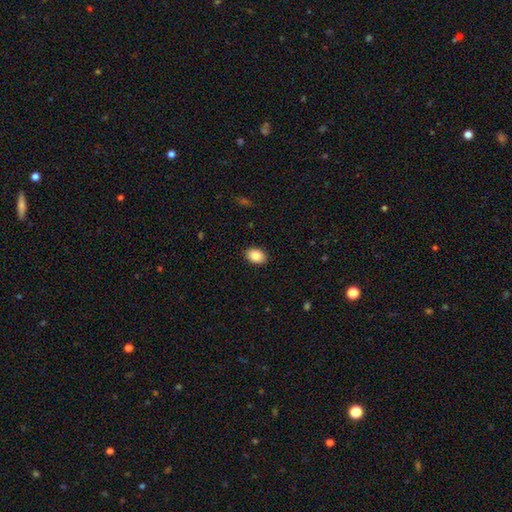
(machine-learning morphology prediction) Smooth or featured? Predicted: smooth (p=0.86). How rounded? Predicted: in between (p=0.81). Merging? Predicted: none (p=0.89).